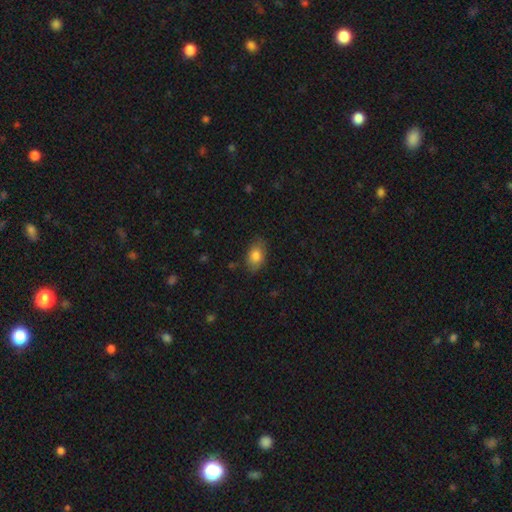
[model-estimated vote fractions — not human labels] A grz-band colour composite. It shows a smooth galaxy with no disk features (82%) that is in between round and cigar-shaped (87%). Merging: none (78%).